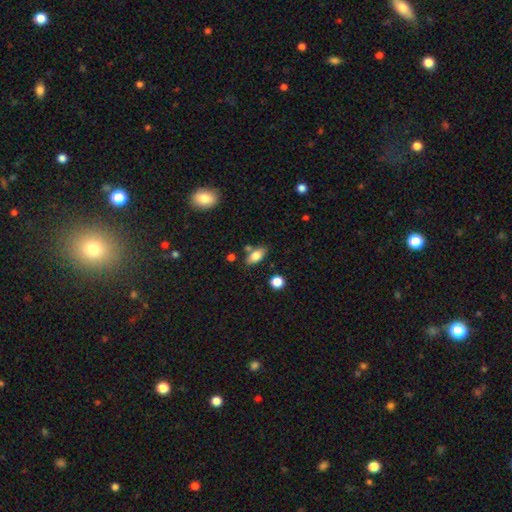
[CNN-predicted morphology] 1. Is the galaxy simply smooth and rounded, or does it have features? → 80% smooth, 12% featured or disk, 8% star or artifact.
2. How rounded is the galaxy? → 87% in between, 8% cigar-shaped, 5% round.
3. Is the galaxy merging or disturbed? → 74% none, 13% minor disturbance, 9% merger, 3% major disturbance.